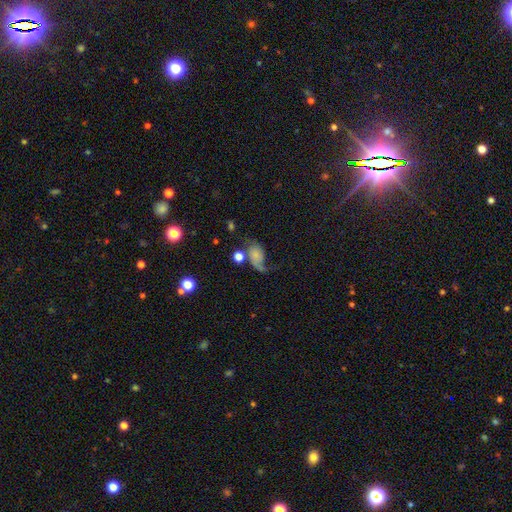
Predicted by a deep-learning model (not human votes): Q: Smooth or featured?
A: featured or disk (45%); runner-up: smooth (43%)
Q: Merging?
A: major disturbance (34%); runner-up: none (30%)